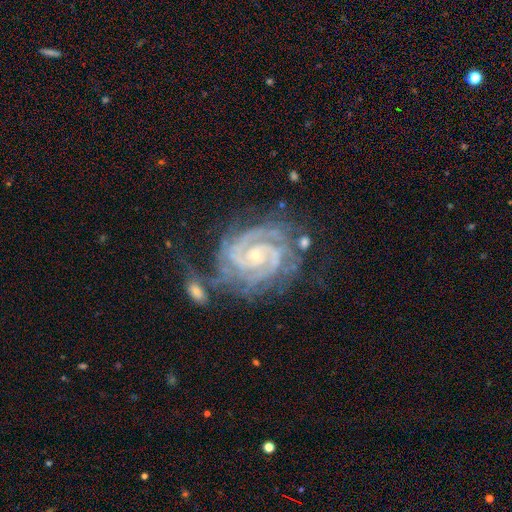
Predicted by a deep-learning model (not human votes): A featured or disk galaxy (92%) with no bar (57%), 2 (58%) tight (81%) spiral arms (99%) and a small central bulge (73%). Merging: none (57%).